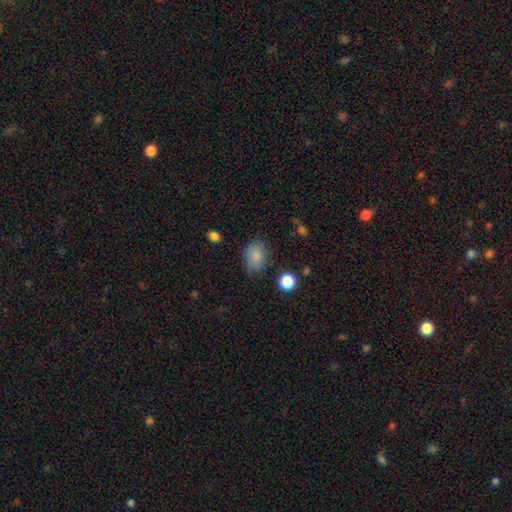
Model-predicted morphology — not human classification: Smooth or featured? smooth (85%)
How rounded? in between (67%)
Merging? none (69%)